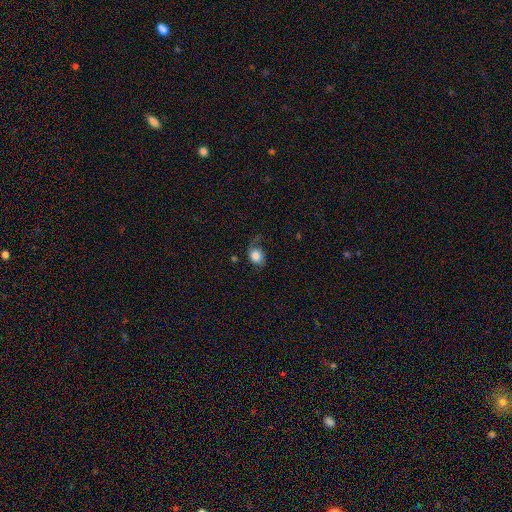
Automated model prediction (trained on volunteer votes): Smooth or featured? smooth (77%)
How rounded? in between (50%)
Merging? none (45%)